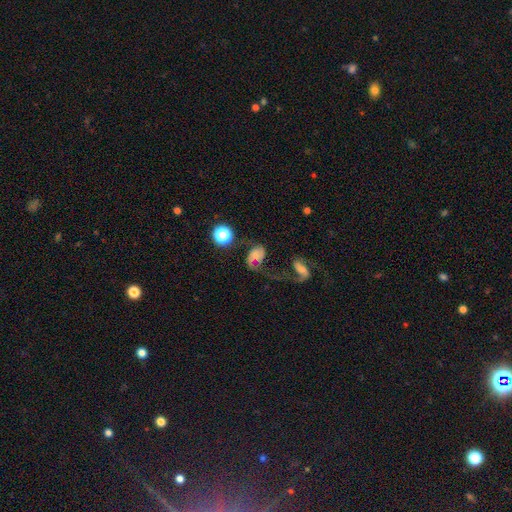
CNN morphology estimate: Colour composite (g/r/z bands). It shows a featured or disk galaxy (53%) with no bar (63%), spiral arms (81%) and a small central bulge (36%). Merging: major disturbance (34%).